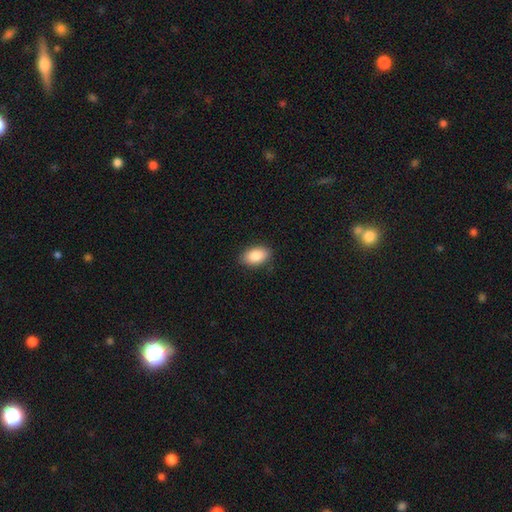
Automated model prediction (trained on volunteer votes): Overall: smooth (88%). How rounded: in between (92%). Merging: none (86%).